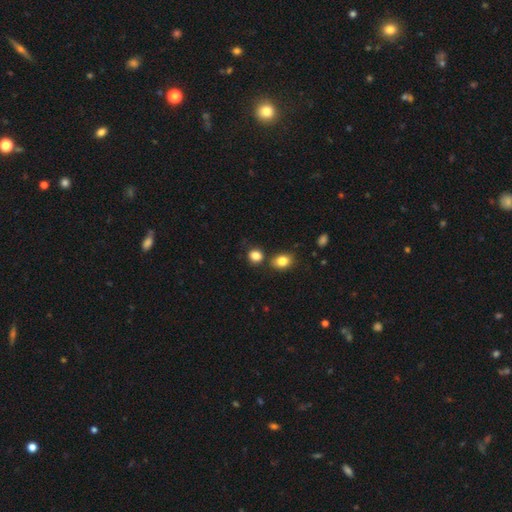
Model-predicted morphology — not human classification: smooth 84%, star or artifact 12%, featured or disk 5%. Down the decision tree: how rounded — round (67%); merging — none (71%).